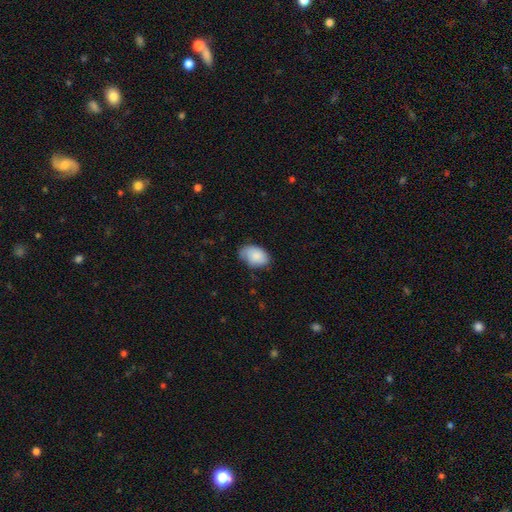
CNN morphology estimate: The model was most divided on "merging": none: 60%, minor disturbance: 32%, major disturbance: 6%, merger: 1%. More confident: how rounded — in between (86%); smooth or featured — smooth (85%).